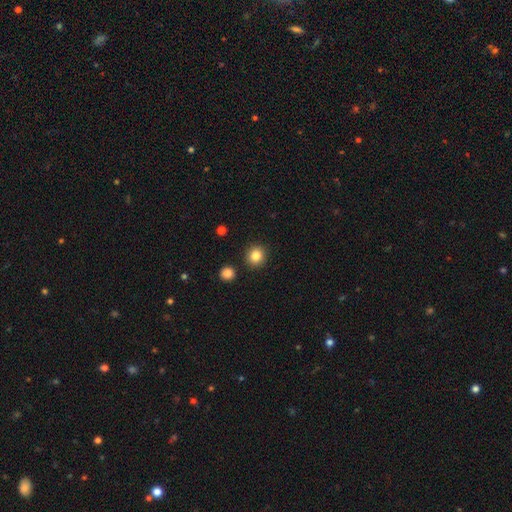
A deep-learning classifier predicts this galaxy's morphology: smooth_or_featured: smooth (p=0.85) [alt: star or artifact p=0.10]
how_rounded: round (p=0.89) [alt: in between p=0.10]
merging: none (p=0.90) [alt: minor disturbance p=0.05]